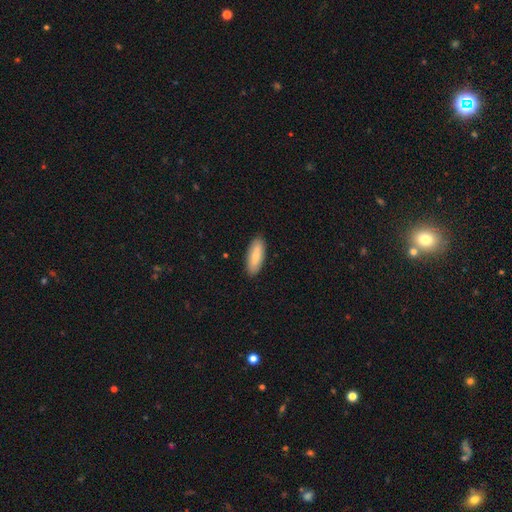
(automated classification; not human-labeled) Smooth or featured: smooth — 83% (featured or disk — 11%)
How rounded: in between — 73% (cigar-shaped — 25%)
Merging: none — 89% (minor disturbance — 9%)